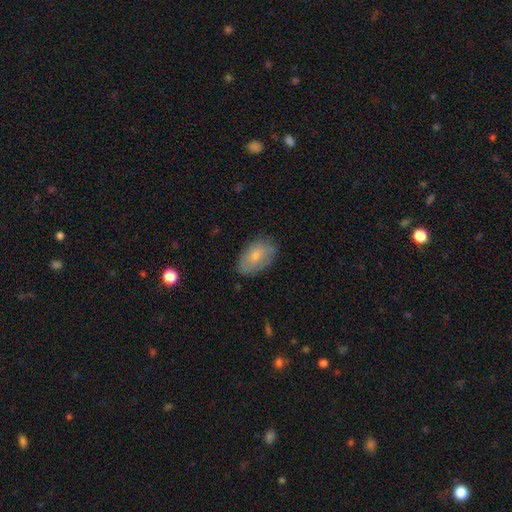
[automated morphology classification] The model was most divided on "smooth or featured": smooth: 70%, featured or disk: 23%, star or artifact: 7%. More confident: how rounded — in between (92%); merging — none (78%).